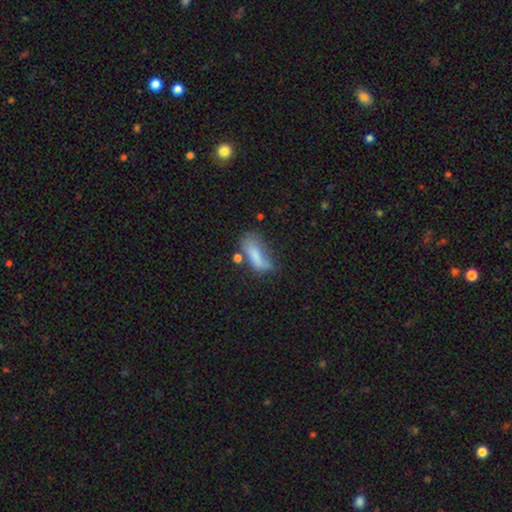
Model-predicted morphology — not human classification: A smooth galaxy with no disk features (75%) that is in between round and cigar-shaped (72%). Merging: none (34%).